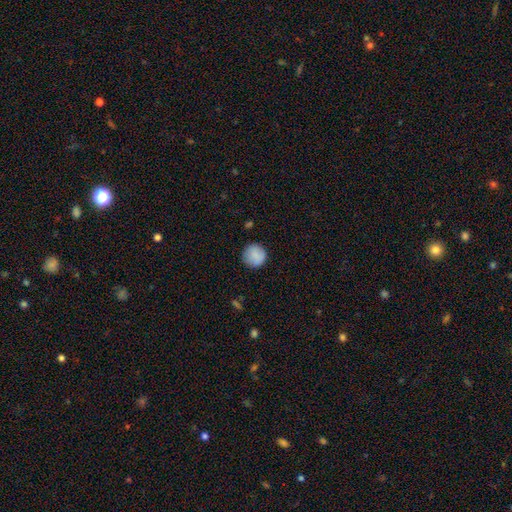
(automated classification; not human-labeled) The model was most divided on "merging": none: 87%, minor disturbance: 10%, major disturbance: 2%, merger: 1%. More confident: how rounded — round (94%); smooth or featured — smooth (88%).